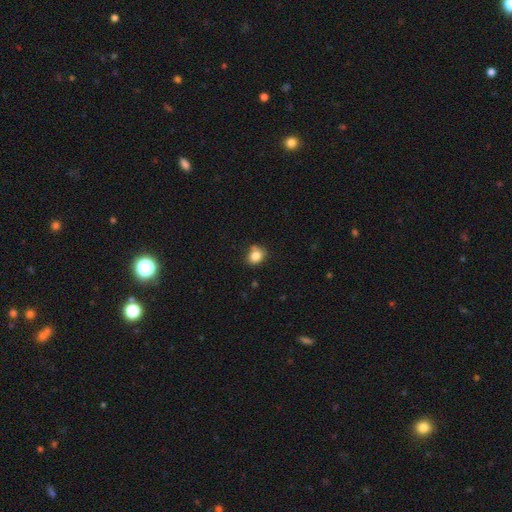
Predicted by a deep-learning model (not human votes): Q: Smooth or featured?
A: smooth (83%); runner-up: star or artifact (11%)
Q: How rounded?
A: round (61%); runner-up: in between (38%)
Q: Merging?
A: none (67%); runner-up: minor disturbance (22%)